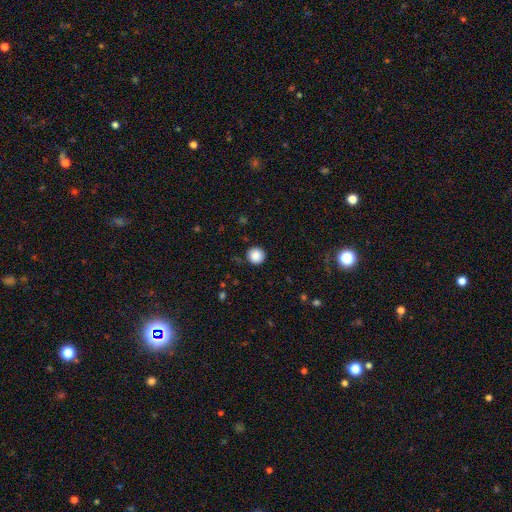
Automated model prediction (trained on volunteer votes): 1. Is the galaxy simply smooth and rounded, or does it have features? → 88% smooth, 9% star or artifact, 3% featured or disk.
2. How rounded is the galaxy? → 95% round, 4% in between, 1% cigar-shaped.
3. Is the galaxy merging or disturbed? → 91% none, 6% minor disturbance, 2% major disturbance, 1% merger.